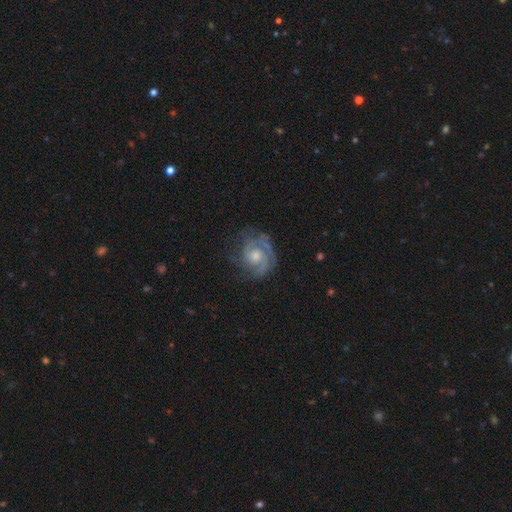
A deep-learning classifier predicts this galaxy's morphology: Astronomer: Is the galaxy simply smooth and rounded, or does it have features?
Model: featured or disk — 82%.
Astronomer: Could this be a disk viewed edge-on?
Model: no — 98%.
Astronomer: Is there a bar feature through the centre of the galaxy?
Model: no — 71%.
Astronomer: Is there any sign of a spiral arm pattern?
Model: yes — 95%.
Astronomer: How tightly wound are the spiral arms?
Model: tight — 58% (runner-up: medium, 34%).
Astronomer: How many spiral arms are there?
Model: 2 — 37% (runner-up: 3, 26%).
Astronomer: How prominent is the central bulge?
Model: moderate — 59%.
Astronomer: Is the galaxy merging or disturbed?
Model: none — 69%.